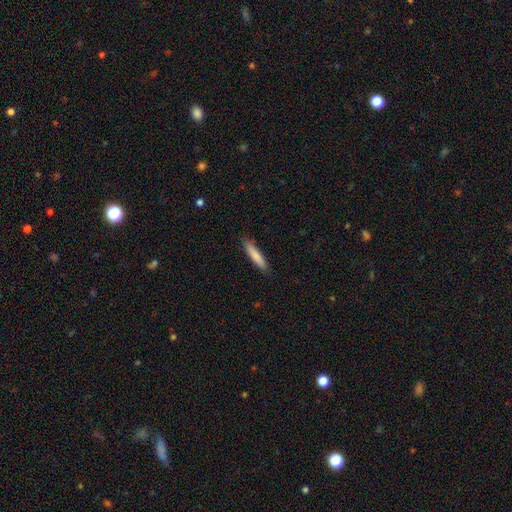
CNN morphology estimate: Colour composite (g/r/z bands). It shows a smooth galaxy with no disk features (83%) that is cigar-shaped (87%). Merging: none (88%).